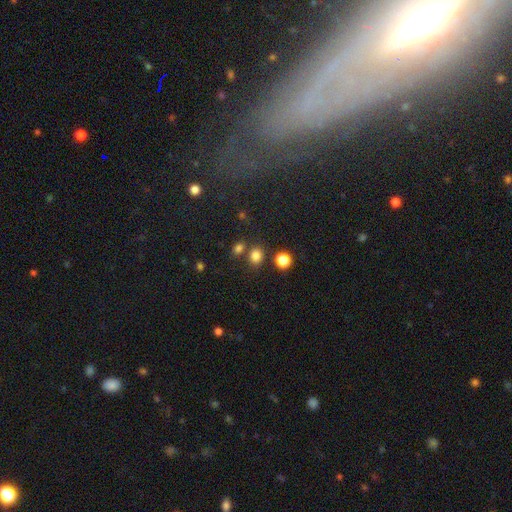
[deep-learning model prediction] This appears to be a smooth galaxy with no disk features (80%) that is round (65%). Merging: none (72%).